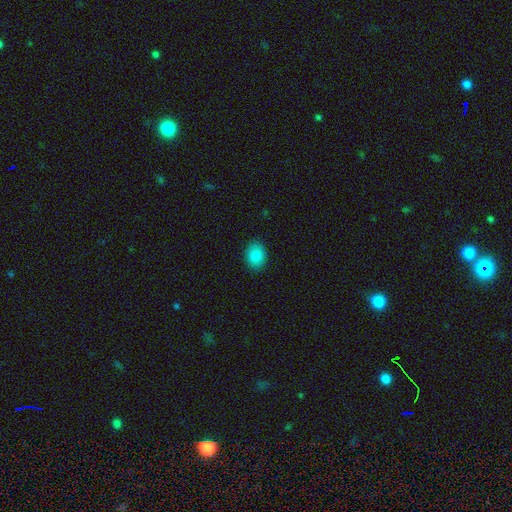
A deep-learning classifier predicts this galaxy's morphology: This appears to be a smooth galaxy with no disk features (86%) that is in between round and cigar-shaped (71%). Merging: none (88%).